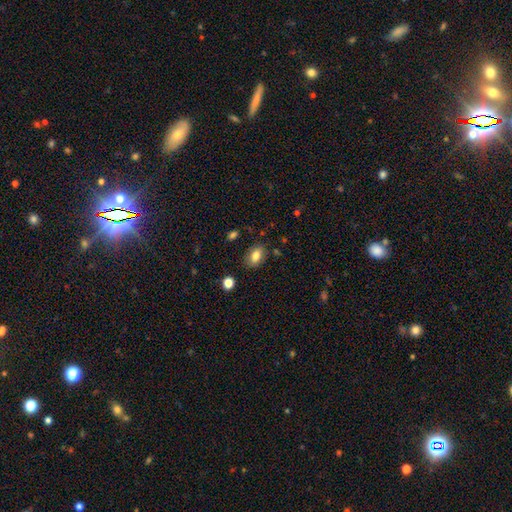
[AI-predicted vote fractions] smooth-or-featured: smooth: 81% | featured or disk: 10% | star or artifact: 9%
  how-rounded: in between: 83% | round: 16% | cigar-shaped: 2%
  merging: none: 79% | minor disturbance: 15% | major disturbance: 3% | merger: 2%